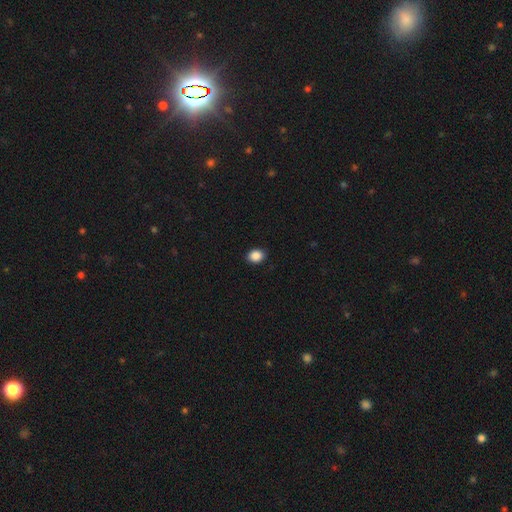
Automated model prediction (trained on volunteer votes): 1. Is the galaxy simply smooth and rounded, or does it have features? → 88% smooth, 9% star or artifact, 3% featured or disk.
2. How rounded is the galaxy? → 59% in between, 40% round, 1% cigar-shaped.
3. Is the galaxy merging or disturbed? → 89% none, 8% minor disturbance, 2% major disturbance, 1% merger.